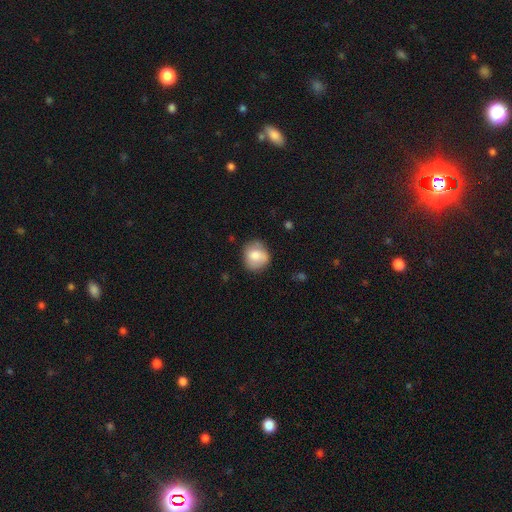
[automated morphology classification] This appears to be a smooth galaxy with no disk features (76%) that is round (79%). Merging: none (69%).